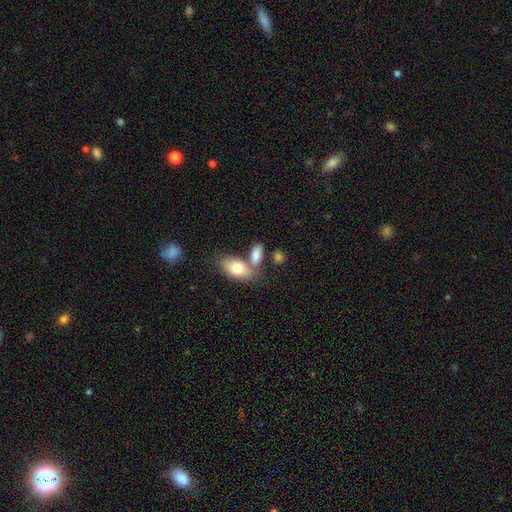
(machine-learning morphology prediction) Smooth or featured?
  - smooth: 81% *
  - featured or disk: 12%
  - star or artifact: 8%
How rounded?
  - in between: 88% *
  - round: 7%
  - cigar-shaped: 6%
Merging?
  - none: 48% *
  - merger: 35%
  - minor disturbance: 12%
  - major disturbance: 5%